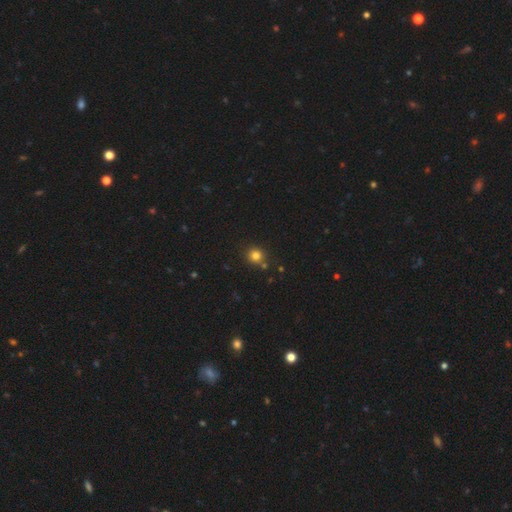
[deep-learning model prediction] Smooth or featured? smooth (80%)
How rounded? round (89%)
Merging? none (81%)